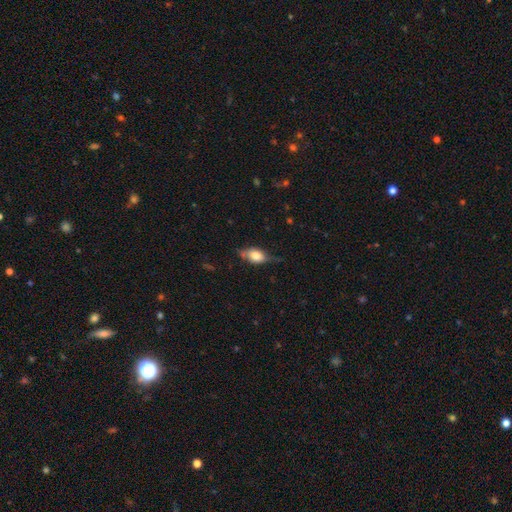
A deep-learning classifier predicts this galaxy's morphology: Smooth or featured? smooth (65%)
How rounded? in between (81%)
Merging? none (52%)